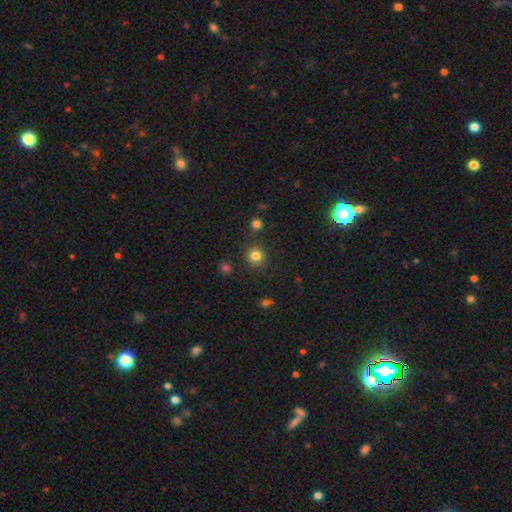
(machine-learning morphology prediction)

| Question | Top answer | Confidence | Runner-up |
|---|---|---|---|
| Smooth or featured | smooth | 81% | star or artifact (14%) |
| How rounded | round | 92% | in between (7%) |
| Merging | none | 88% | minor disturbance (7%) |